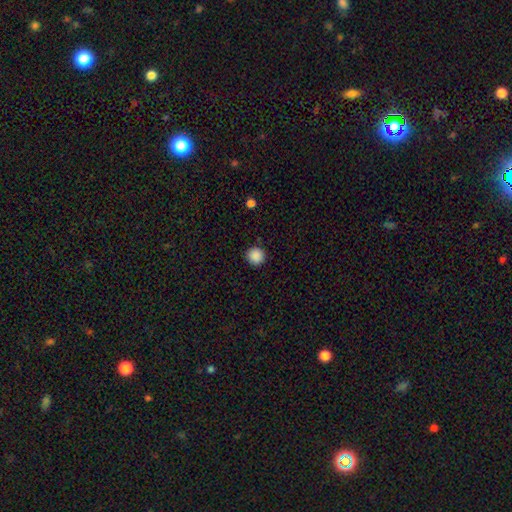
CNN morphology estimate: Smooth or featured? Predicted: smooth (p=0.88). How rounded? Predicted: round (p=0.95). Merging? Predicted: none (p=0.91).